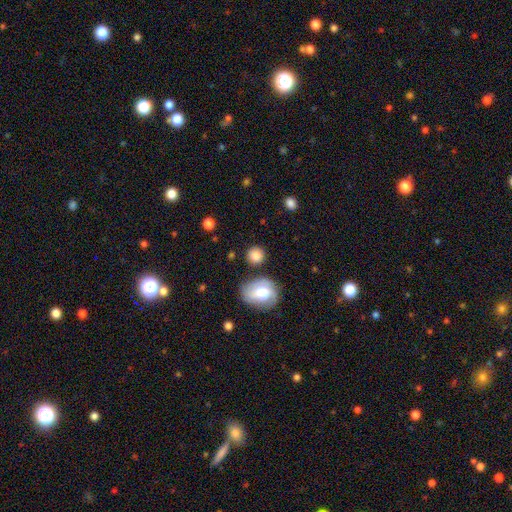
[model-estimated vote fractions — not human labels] Q: Smooth or featured?
A: smooth (81%); runner-up: star or artifact (10%)
Q: How rounded?
A: round (88%); runner-up: in between (11%)
Q: Merging?
A: none (79%); runner-up: minor disturbance (11%)